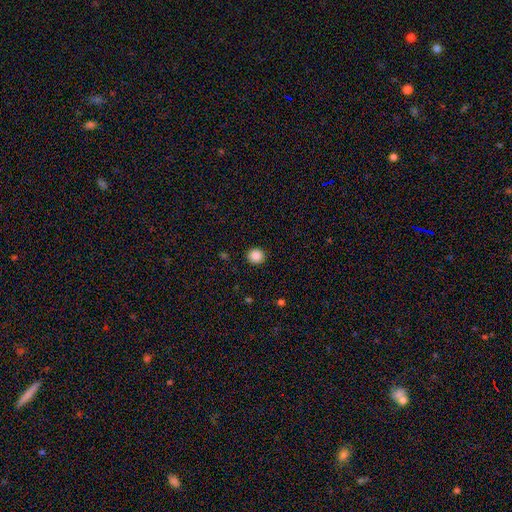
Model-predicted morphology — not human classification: The model was most divided on "smooth or featured": smooth: 88%, star or artifact: 10%, featured or disk: 2%. More confident: merging — none (92%); how rounded — round (91%).